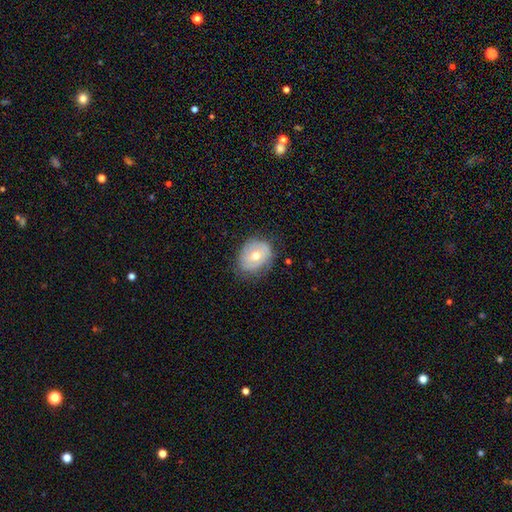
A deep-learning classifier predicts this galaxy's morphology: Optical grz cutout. It shows a smooth galaxy with no disk features (48%). Merging: none (69%).